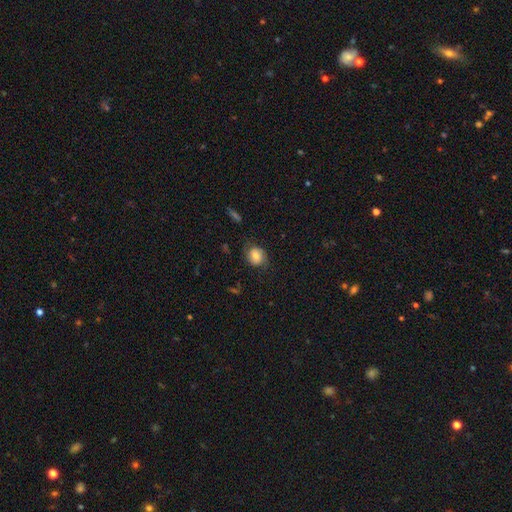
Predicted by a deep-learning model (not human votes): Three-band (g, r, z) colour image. It shows a smooth galaxy with no disk features (61%) that is round (56%). Merging: none (68%).